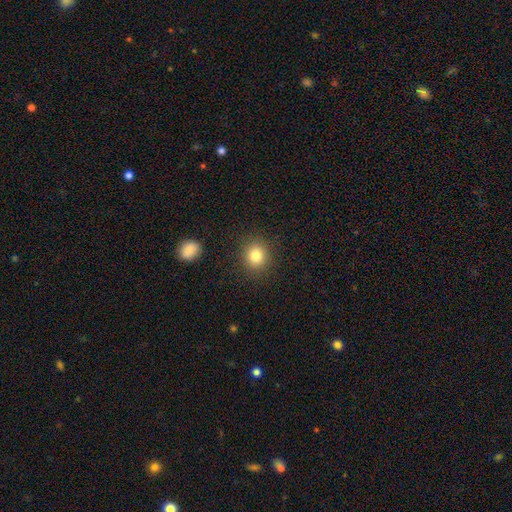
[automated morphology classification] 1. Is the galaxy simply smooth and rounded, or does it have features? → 81% smooth, 12% star or artifact, 7% featured or disk.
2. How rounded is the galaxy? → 85% round, 14% in between, 1% cigar-shaped.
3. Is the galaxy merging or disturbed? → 89% none, 7% minor disturbance, 3% major disturbance, 2% merger.